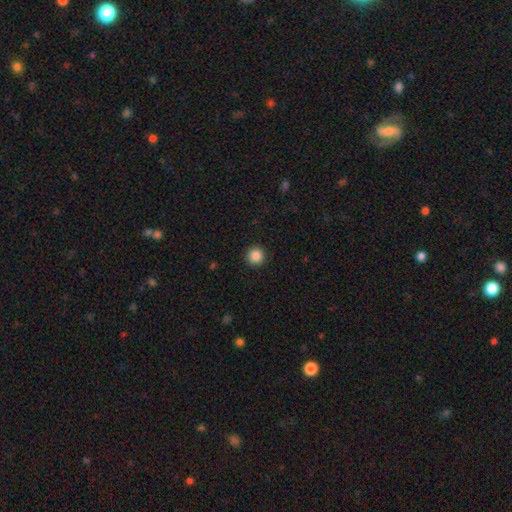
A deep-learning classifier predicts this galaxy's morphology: This appears to be a smooth galaxy with no disk features (87%) that is round (96%). Merging: none (92%).